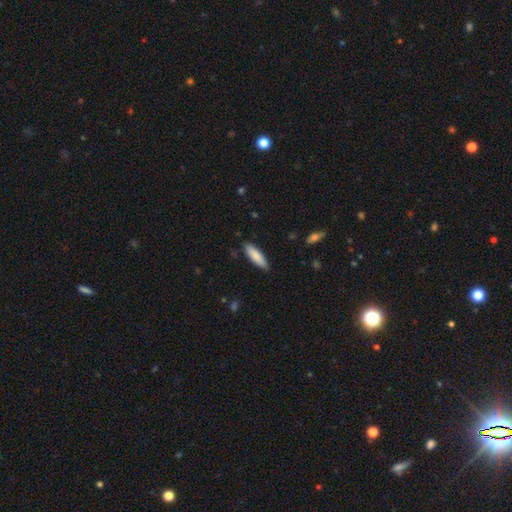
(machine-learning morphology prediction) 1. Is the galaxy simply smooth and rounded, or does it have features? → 85% smooth, 10% featured or disk, 6% star or artifact.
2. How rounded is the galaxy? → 60% cigar-shaped, 38% in between, 1% round.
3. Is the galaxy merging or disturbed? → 87% none, 10% minor disturbance, 2% major disturbance, 1% merger.